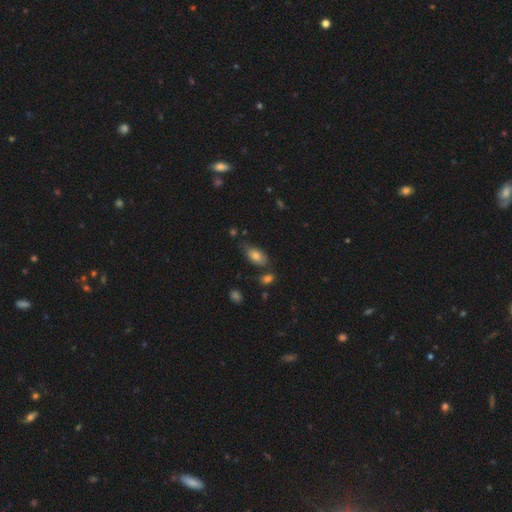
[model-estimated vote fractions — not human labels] Smooth or featured? Predicted: smooth (p=0.79). How rounded? Predicted: in between (p=0.90). Merging? Predicted: none (p=0.65).